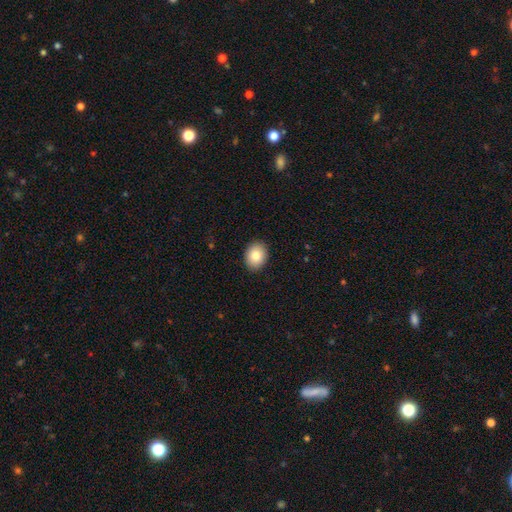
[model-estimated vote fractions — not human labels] Smooth or featured? smooth (84%)
How rounded? in between (58%)
Merging? none (90%)